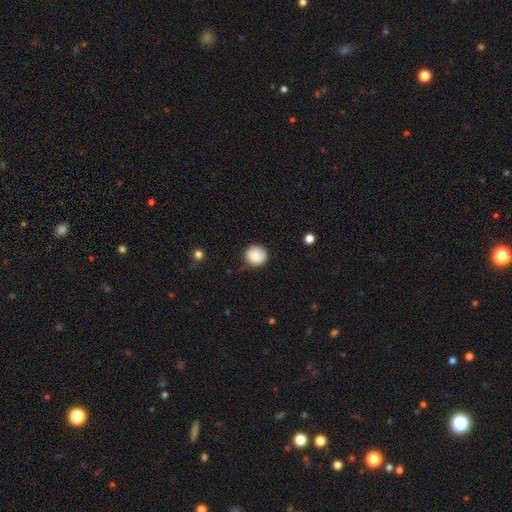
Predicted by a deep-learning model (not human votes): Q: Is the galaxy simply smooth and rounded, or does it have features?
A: smooth — 87%.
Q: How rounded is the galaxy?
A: round — 91%.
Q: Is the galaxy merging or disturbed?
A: none — 83%.